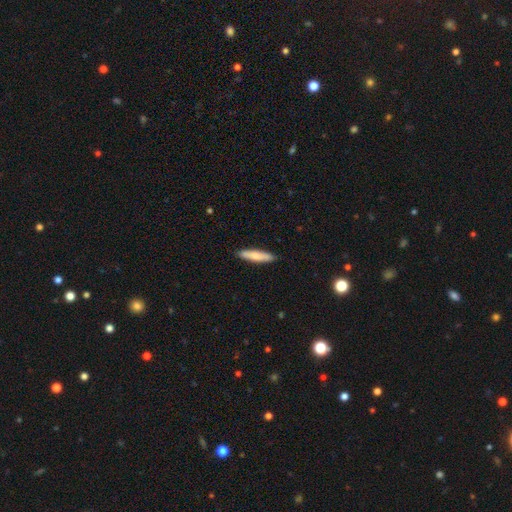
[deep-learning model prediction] Smooth or featured? Predicted: smooth (p=0.74). How rounded? Predicted: cigar-shaped (p=0.83). Merging? Predicted: none (p=0.90).